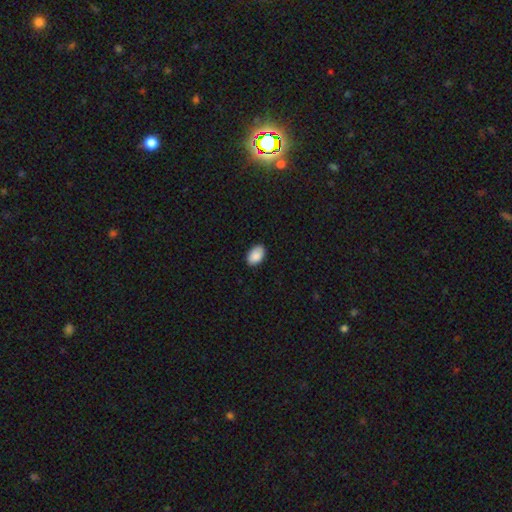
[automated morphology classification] This is clearly a smooth galaxy (88%). How rounded: clearly in between (91%). Merging: clearly none (85%).